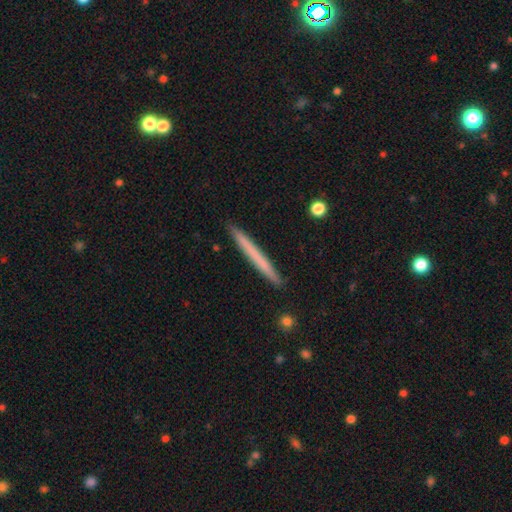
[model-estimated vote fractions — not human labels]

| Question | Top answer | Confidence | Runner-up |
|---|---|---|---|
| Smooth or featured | smooth | 60% | featured or disk (35%) |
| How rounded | cigar-shaped | 97% | in between (1%) |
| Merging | none | 92% | minor disturbance (5%) |